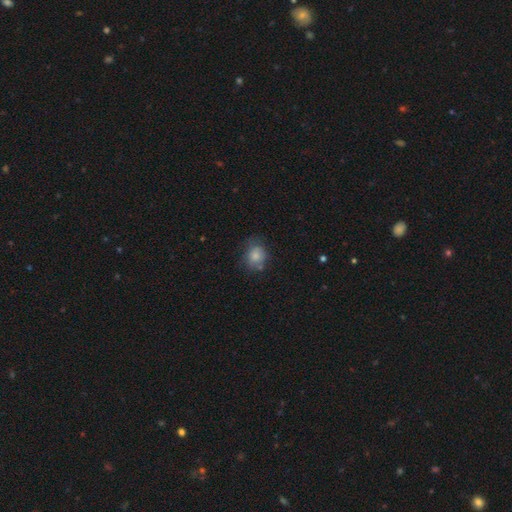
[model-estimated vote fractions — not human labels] Overall: smooth (77%). How rounded: round (65%; in between 34%). Merging: none (58%; minor disturbance 27%).